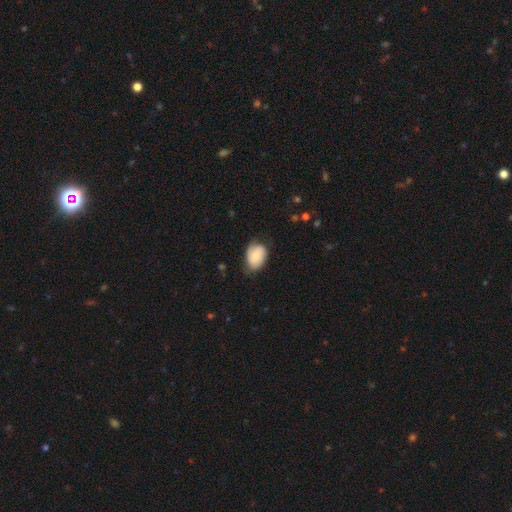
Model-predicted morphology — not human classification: Smooth or featured: smooth — 69% (featured or disk — 24%)
How rounded: in between — 74% (round — 25%)
Merging: none — 61% (minor disturbance — 31%)